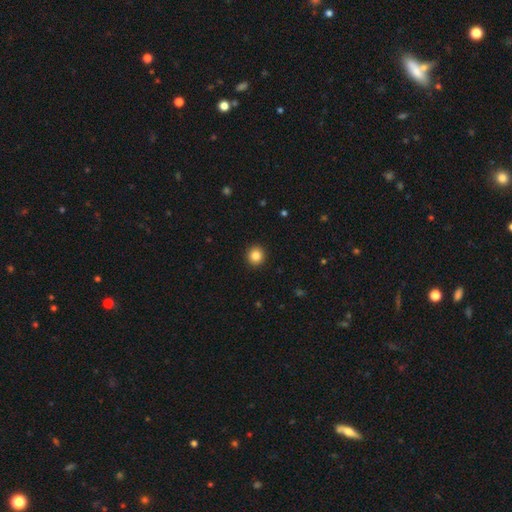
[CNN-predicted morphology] Smooth or featured: smooth — 85% (star or artifact — 10%)
How rounded: round — 92% (in between — 8%)
Merging: none — 93% (minor disturbance — 5%)